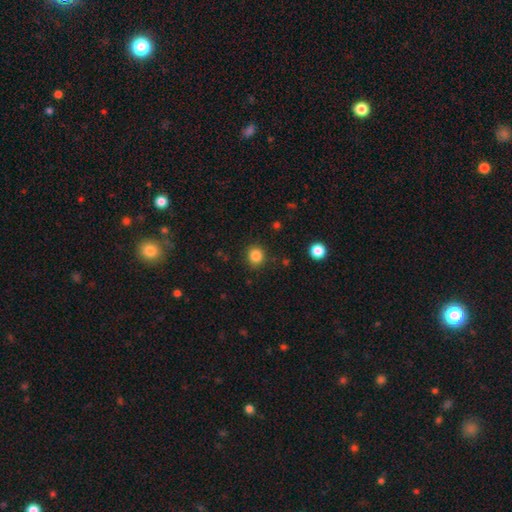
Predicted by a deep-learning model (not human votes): Smooth or featured? Predicted: smooth (p=0.84). How rounded? Predicted: round (p=0.85). Merging? Predicted: none (p=0.88).